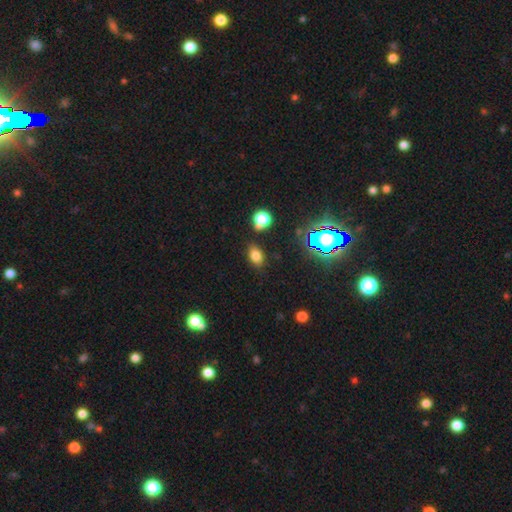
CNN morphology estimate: This is likely a smooth galaxy (72%). How rounded: clearly in between (82%). Merging: clearly none (81%).